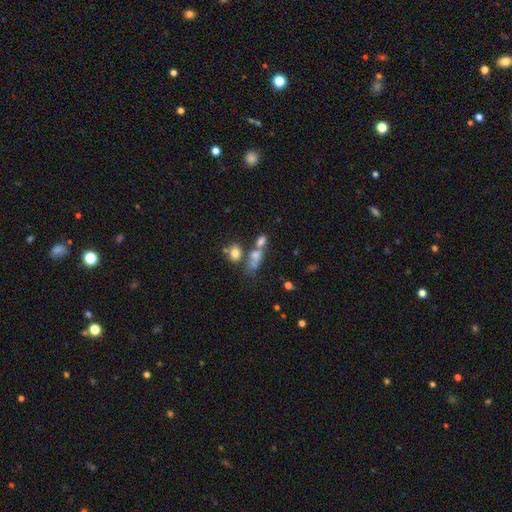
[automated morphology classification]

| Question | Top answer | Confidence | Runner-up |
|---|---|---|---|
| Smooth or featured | smooth | 57% | featured or disk (22%) |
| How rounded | in between | 52% | round (37%) |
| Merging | merger | 42% | none (36%) |